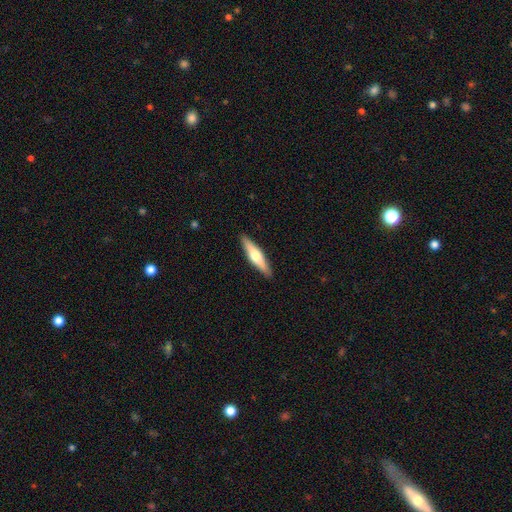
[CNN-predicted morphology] Overall: smooth (48%; featured or disk 47%). Merging: none (90%).